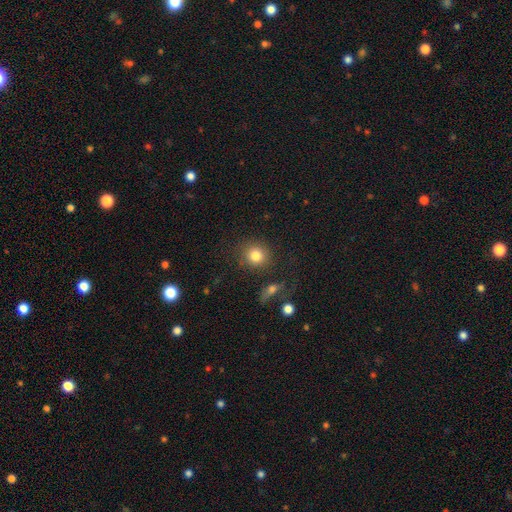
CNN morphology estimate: Smooth or featured: smooth — 82% (star or artifact — 10%)
How rounded: round — 85% (in between — 14%)
Merging: none — 80% (minor disturbance — 10%)